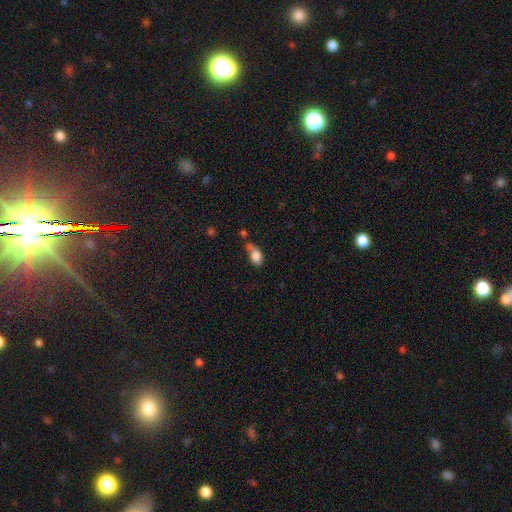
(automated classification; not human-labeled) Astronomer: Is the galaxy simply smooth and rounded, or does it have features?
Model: smooth — 81%.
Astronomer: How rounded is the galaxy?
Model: in between — 83%.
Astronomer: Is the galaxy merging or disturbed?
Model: none — 32% (runner-up: merger, 29%).